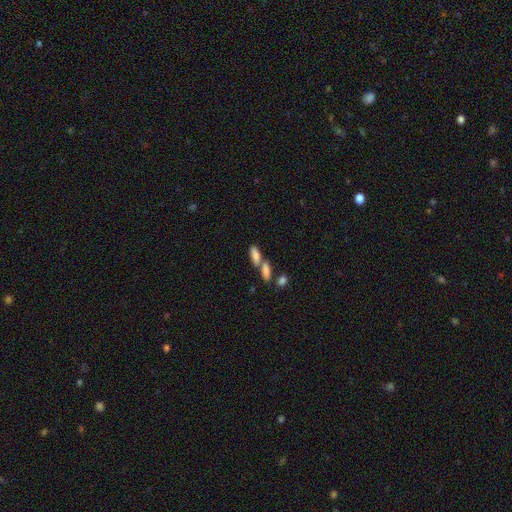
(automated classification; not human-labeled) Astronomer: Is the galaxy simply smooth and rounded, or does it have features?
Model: smooth — 77%.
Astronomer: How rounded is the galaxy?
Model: in between — 69%.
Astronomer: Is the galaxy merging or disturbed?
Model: merger — 49% (runner-up: none, 37%).